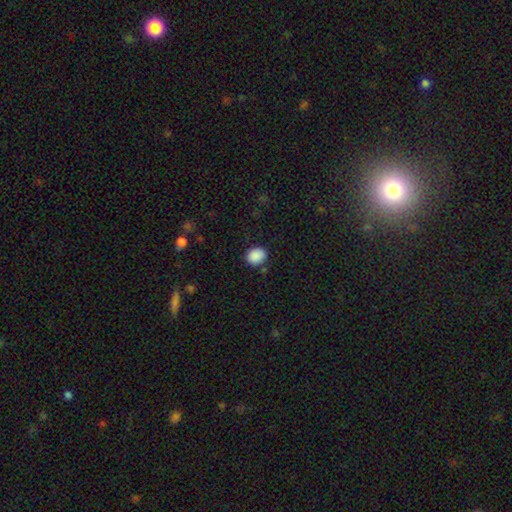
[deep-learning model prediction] Smooth or featured: smooth — 89% (star or artifact — 8%)
How rounded: round — 53% (in between — 46%)
Merging: none — 84% (minor disturbance — 10%)